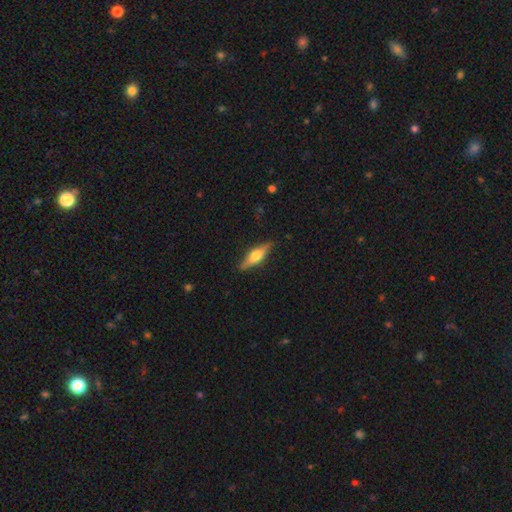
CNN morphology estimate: A featured or disk galaxy (53%) viewed edge-on (93%). Merging: none (86%).